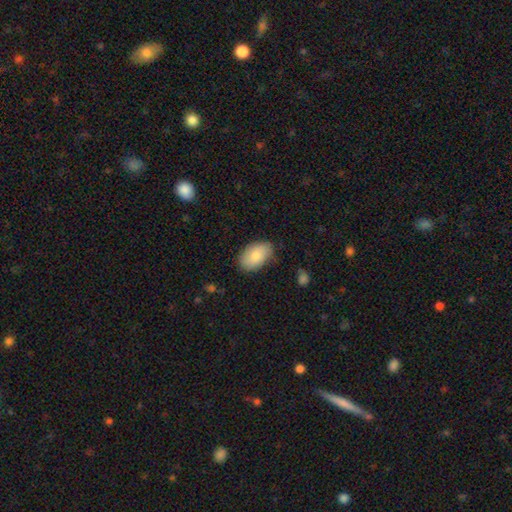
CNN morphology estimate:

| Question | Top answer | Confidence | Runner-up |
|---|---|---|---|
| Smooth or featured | smooth | 84% | featured or disk (10%) |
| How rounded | in between | 93% | round (6%) |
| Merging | none | 78% | minor disturbance (17%) |